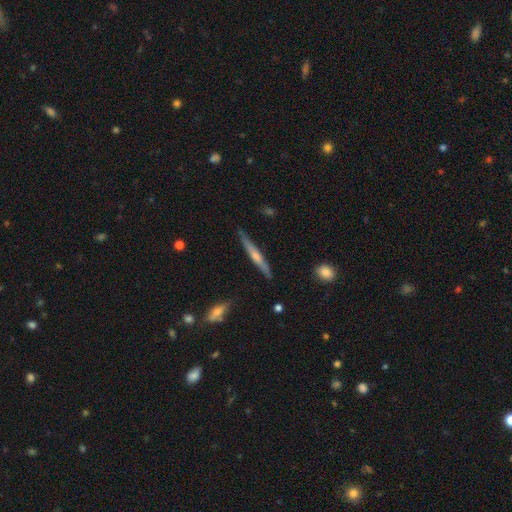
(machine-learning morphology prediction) A featured or disk galaxy (52%) viewed edge-on (95%).

Vote fractions:
- Smooth or featured? featured or disk: 52% / smooth: 42% / star or artifact: 6%
- Edge-on disk? yes: 95% / no: 5%
- Merging? none: 85% / minor disturbance: 12% / major disturbance: 2% / merger: 2%